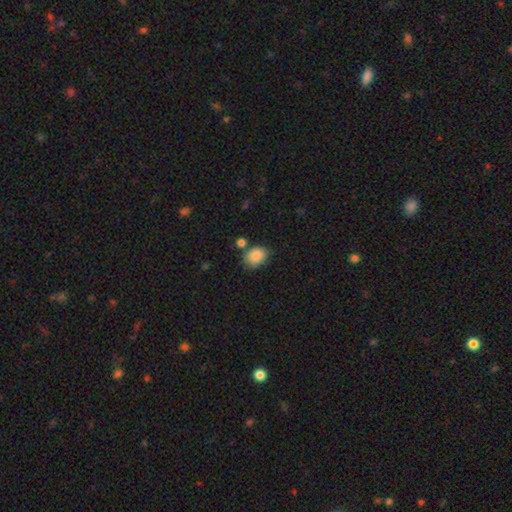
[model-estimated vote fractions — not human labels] Morphology: type=smooth (87%); roundness=in between (62%); merging=none (68%).